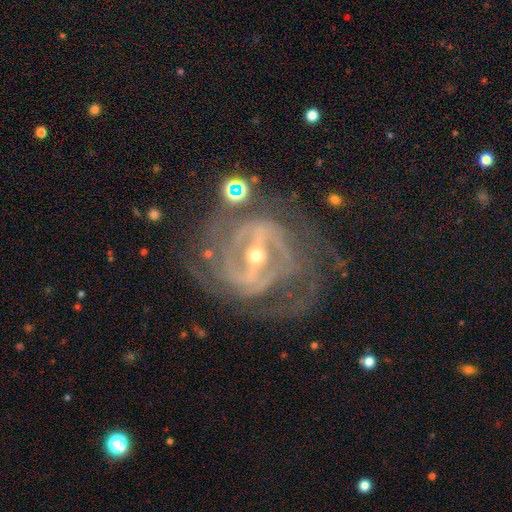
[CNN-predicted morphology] This is clearly a featured or disk galaxy (90%). It is clearly not viewed edge-on (95%). Bar: likely strong (70%). Spiral arm pattern: clearly yes (92%). Spiral arm count: marginally can't tell (28%). Spiral winding: possibly tight (57%). Central bulge: possibly small (56%). Merging: likely none (64%).